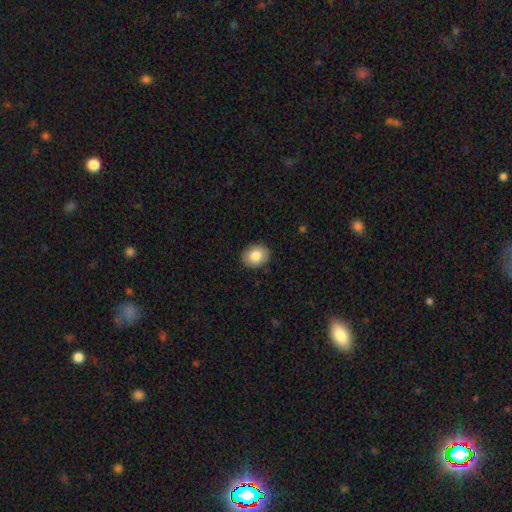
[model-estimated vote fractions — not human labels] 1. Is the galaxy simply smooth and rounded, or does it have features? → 83% smooth, 9% featured or disk, 8% star or artifact.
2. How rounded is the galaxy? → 51% round, 48% in between, 1% cigar-shaped.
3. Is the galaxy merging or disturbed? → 89% none, 8% minor disturbance, 2% major disturbance, 1% merger.